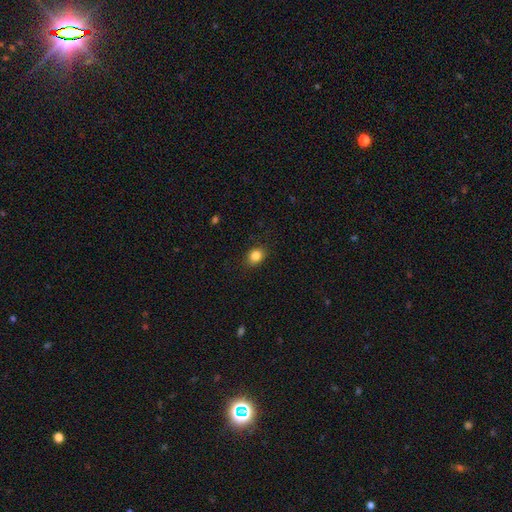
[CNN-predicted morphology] This appears to be a smooth galaxy with no disk features (85%) that is round (53%). Merging: none (87%).